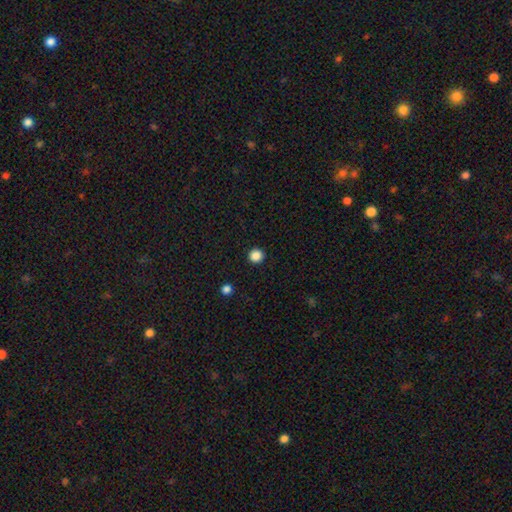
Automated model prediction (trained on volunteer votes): smooth_or_featured: smooth (p=0.86) [alt: star or artifact p=0.11]
how_rounded: round (p=0.94) [alt: in between p=0.05]
merging: none (p=0.93) [alt: minor disturbance p=0.04]